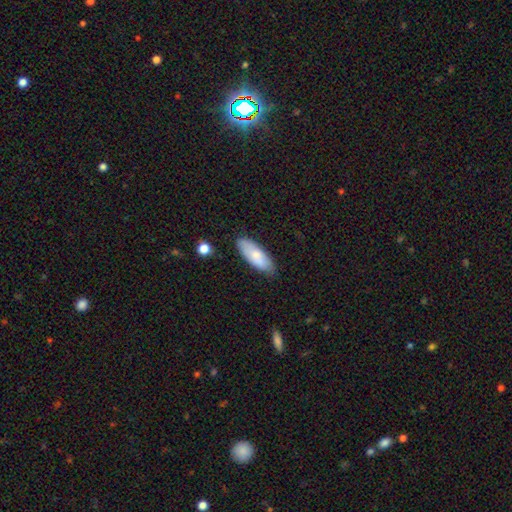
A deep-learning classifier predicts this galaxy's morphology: A smooth galaxy with no disk features (75%) that is in between round and cigar-shaped (72%). Merging: none (81%).